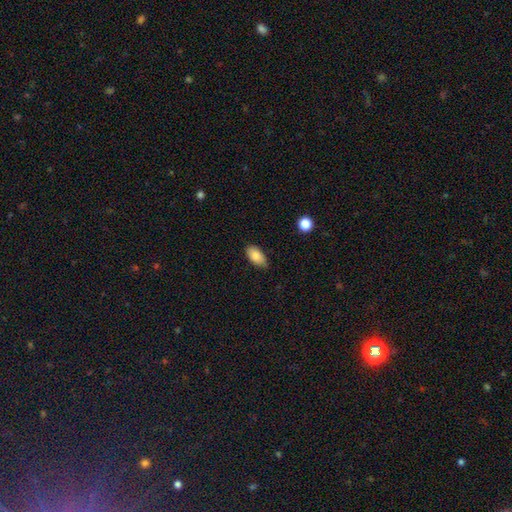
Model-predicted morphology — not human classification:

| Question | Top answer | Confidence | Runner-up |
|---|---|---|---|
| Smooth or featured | smooth | 84% | featured or disk (8%) |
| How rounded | in between | 92% | cigar-shaped (5%) |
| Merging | none | 82% | minor disturbance (14%) |